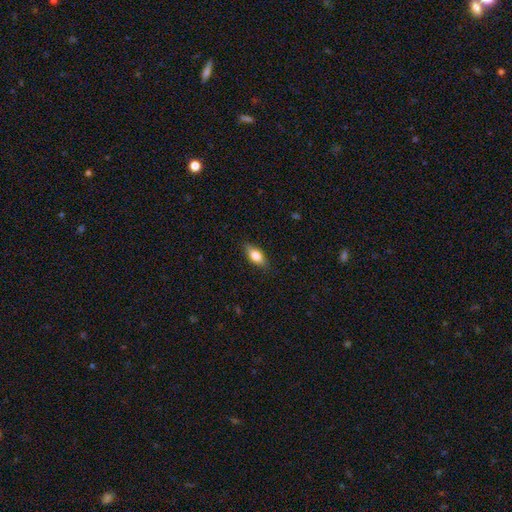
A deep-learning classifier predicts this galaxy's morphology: Overall: smooth (78%). How rounded: in between (83%). Merging: none (84%).